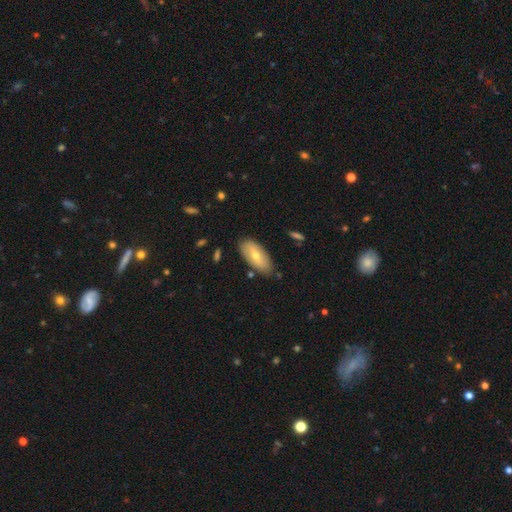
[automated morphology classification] smooth 64%, featured or disk 29%, star or artifact 6%. Down the decision tree: how rounded — in between (90%); merging — none (79%).